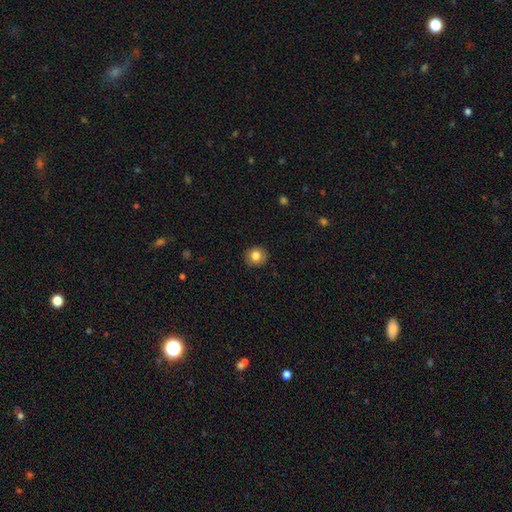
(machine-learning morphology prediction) smooth 83%, star or artifact 10%, featured or disk 8%. Down the decision tree: how rounded — round (89%); merging — none (89%).